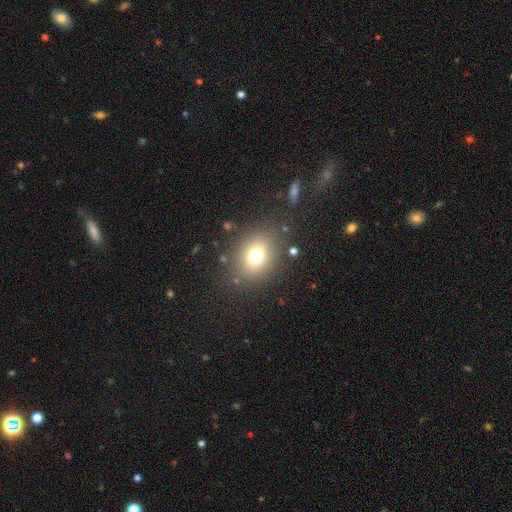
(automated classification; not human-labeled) smooth_or_featured: smooth (p=0.72) [alt: star or artifact p=0.15]
how_rounded: round (p=0.56) [alt: in between p=0.43]
merging: none (p=0.82) [alt: minor disturbance p=0.10]